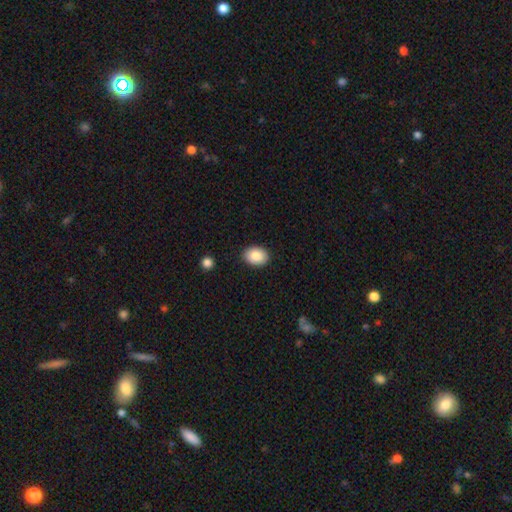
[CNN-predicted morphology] type=smooth (85%); roundness=in between (72%); merging=none (89%).